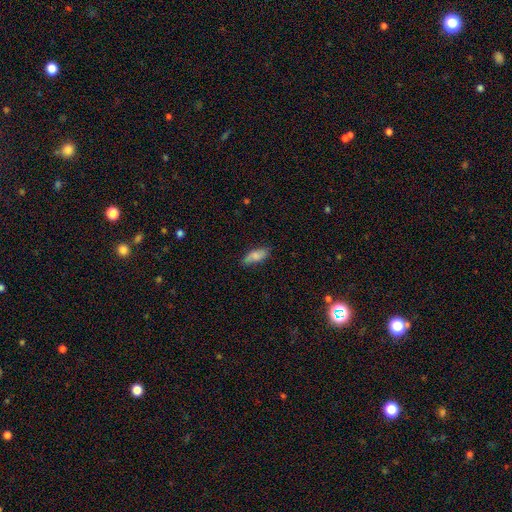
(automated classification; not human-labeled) A smooth galaxy with no disk features (77%) that is in between round and cigar-shaped (79%).

Vote fractions:
- Smooth or featured? smooth: 77% / featured or disk: 15% / star or artifact: 7%
- How rounded? in between: 79% / cigar-shaped: 19% / round: 2%
- Merging? none: 75% / minor disturbance: 20% / major disturbance: 4% / merger: 2%